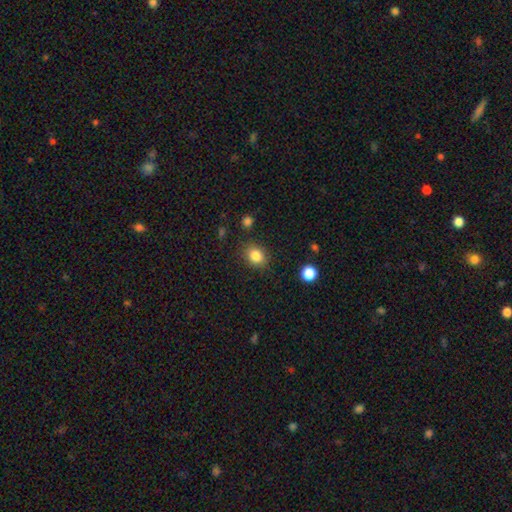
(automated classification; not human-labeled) The model was most divided on "how rounded": round: 59%, in between: 40%, cigar-shaped: 1%. More confident: smooth or featured — smooth (85%); merging — none (83%).